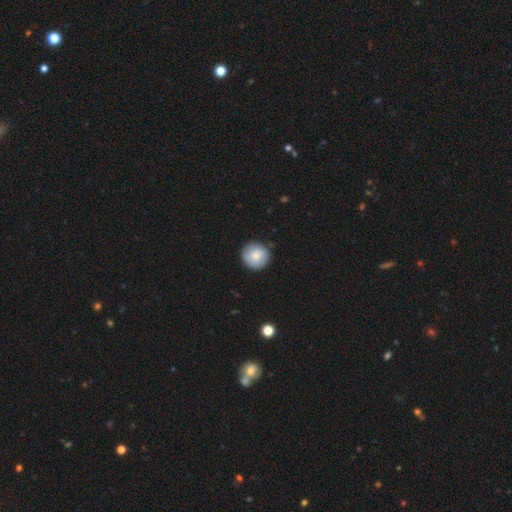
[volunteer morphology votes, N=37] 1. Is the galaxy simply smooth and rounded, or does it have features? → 84% smooth, 11% featured or disk, 5% star or artifact.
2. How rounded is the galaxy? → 100% round, 0% in between, 0% cigar-shaped.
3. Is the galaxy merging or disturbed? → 100% none, 0% minor disturbance, 0% major disturbance, 0% merger.